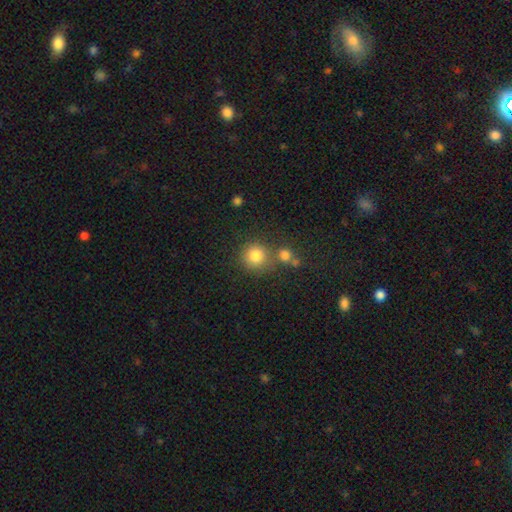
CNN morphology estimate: This appears to be a smooth galaxy with no disk features (80%) that is round (92%). Merging: none (66%).